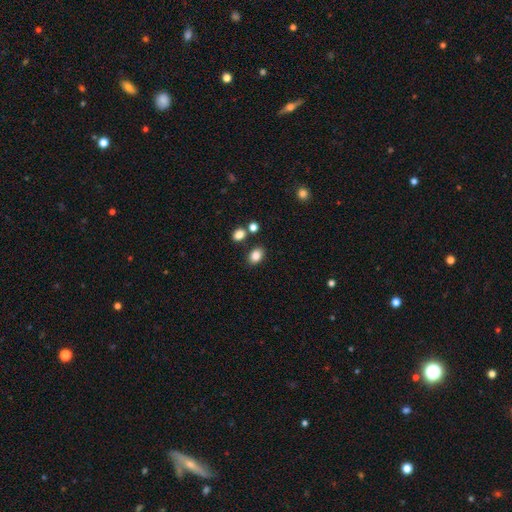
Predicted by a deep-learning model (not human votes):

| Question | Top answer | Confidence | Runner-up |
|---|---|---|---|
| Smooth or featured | smooth | 85% | star or artifact (10%) |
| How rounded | in between | 74% | round (25%) |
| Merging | none | 80% | minor disturbance (10%) |